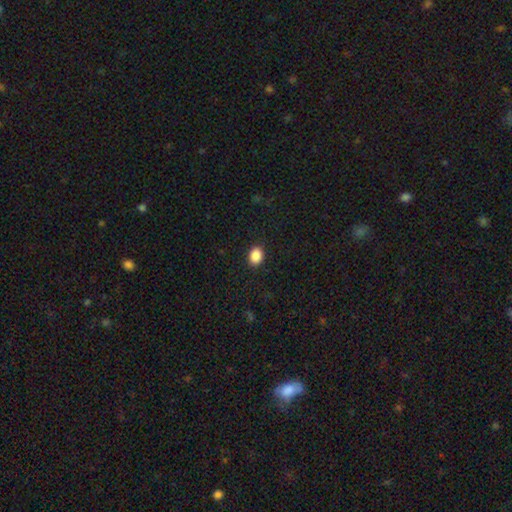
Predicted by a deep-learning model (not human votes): A smooth galaxy with no disk features (88%) that is in between round and cigar-shaped (63%).

Vote fractions:
- Smooth or featured? smooth: 88% / star or artifact: 9% / featured or disk: 3%
- How rounded? in between: 63% / round: 36% / cigar-shaped: 1%
- Merging? none: 90% / minor disturbance: 7% / major disturbance: 2% / merger: 1%